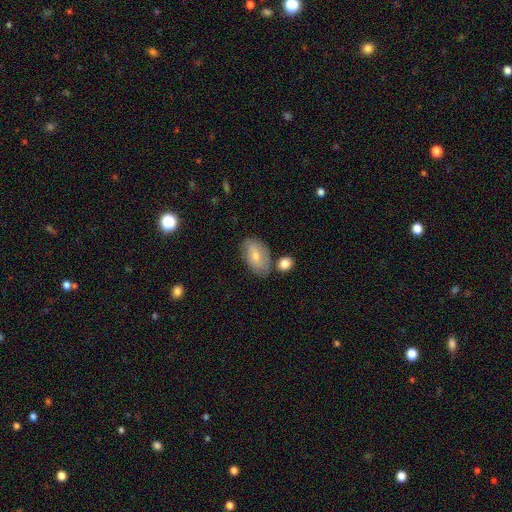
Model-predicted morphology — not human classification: smooth_or_featured: smooth (p=0.63) [alt: featured or disk p=0.30]
how_rounded: in between (p=0.91) [alt: round p=0.07]
merging: none (p=0.65) [alt: minor disturbance p=0.19]